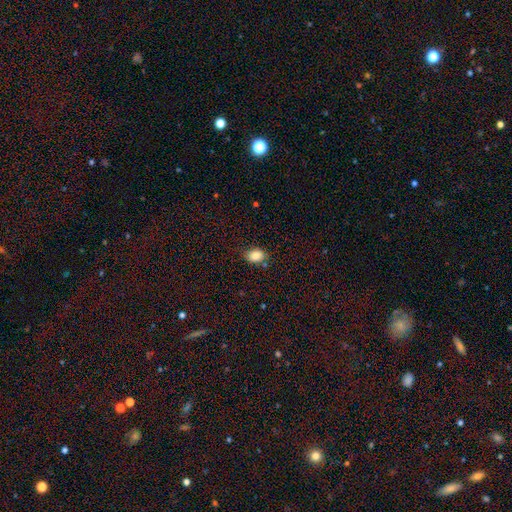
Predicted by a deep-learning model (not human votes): Q: Smooth or featured?
A: smooth (84%); runner-up: star or artifact (10%)
Q: How rounded?
A: in between (74%); runner-up: round (25%)
Q: Merging?
A: none (76%); runner-up: minor disturbance (17%)